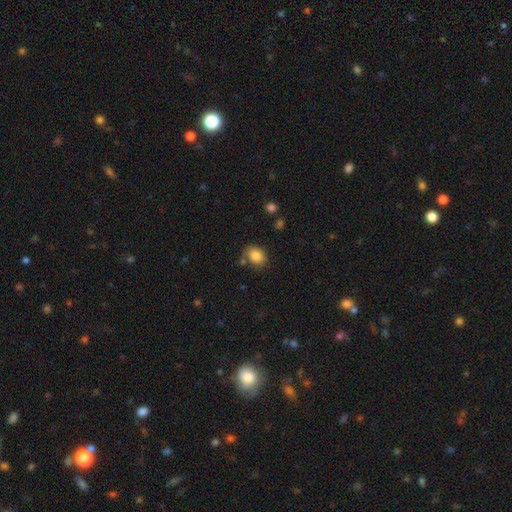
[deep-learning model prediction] smooth_or_featured: smooth (p=0.84) [alt: star or artifact p=0.09]
how_rounded: in between (p=0.60) [alt: round p=0.39]
merging: none (p=0.71) [alt: minor disturbance p=0.17]